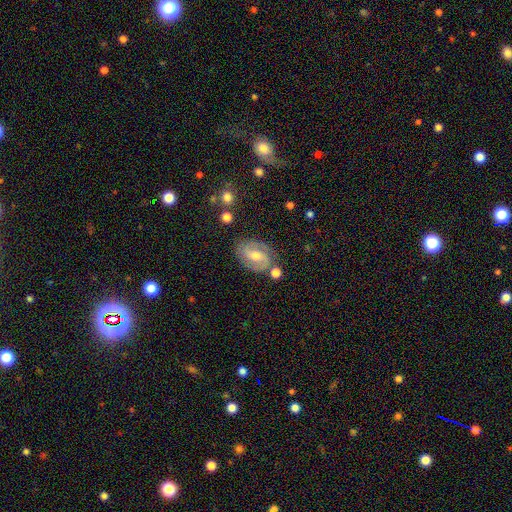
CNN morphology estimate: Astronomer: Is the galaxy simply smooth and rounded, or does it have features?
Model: featured or disk — 76%.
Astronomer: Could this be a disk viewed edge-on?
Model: no — 96%.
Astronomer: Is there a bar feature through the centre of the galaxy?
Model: weak — 46% (runner-up: no, 31%).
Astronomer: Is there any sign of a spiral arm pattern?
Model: yes — 91%.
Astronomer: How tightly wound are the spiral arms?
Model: medium — 48% (runner-up: tight, 35%).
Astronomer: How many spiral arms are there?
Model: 2 — 86%.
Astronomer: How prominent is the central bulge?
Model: moderate — 61%.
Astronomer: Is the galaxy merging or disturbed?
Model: none — 76%.